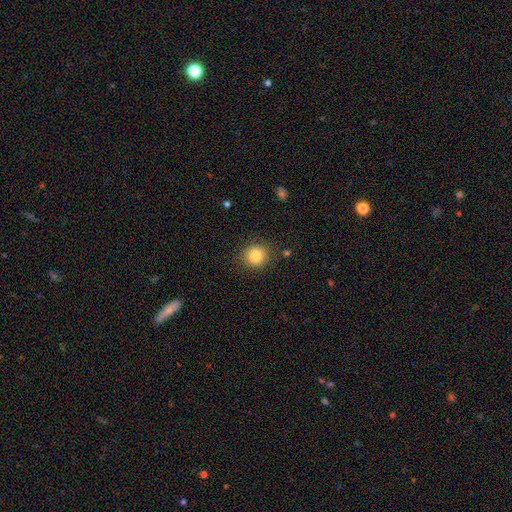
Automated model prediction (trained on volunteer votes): smooth-or-featured: smooth: 82% | star or artifact: 10% | featured or disk: 7%
  how-rounded: round: 88% | in between: 11% | cigar-shaped: 1%
  merging: none: 87% | minor disturbance: 9% | major disturbance: 3% | merger: 2%